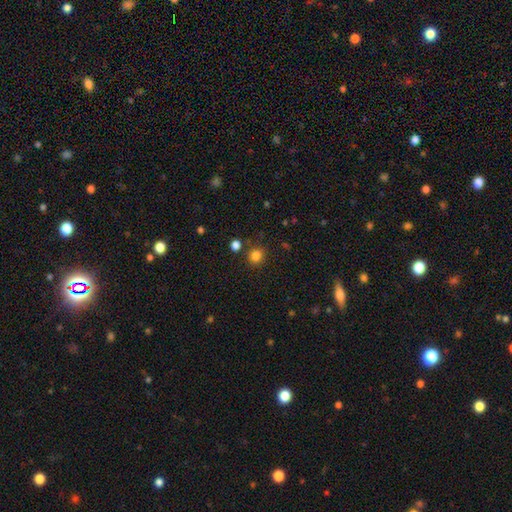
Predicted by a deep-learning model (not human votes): Smooth or featured: smooth — 82% (star or artifact — 14%)
How rounded: round — 76% (in between — 23%)
Merging: none — 81% (minor disturbance — 10%)